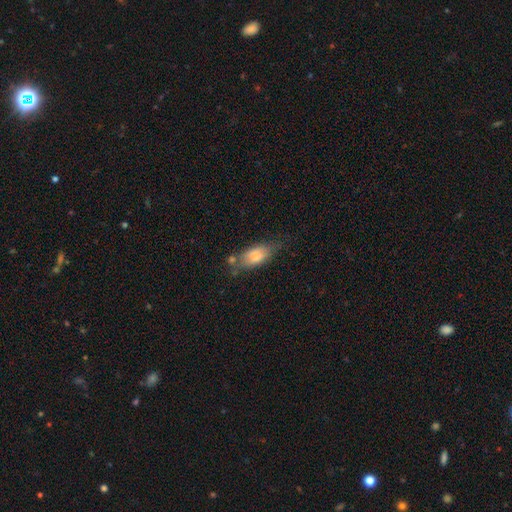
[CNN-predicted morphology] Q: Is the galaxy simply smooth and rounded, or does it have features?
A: smooth — 72%.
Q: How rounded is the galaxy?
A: in between — 79%.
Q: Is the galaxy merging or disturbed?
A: none — 50%.